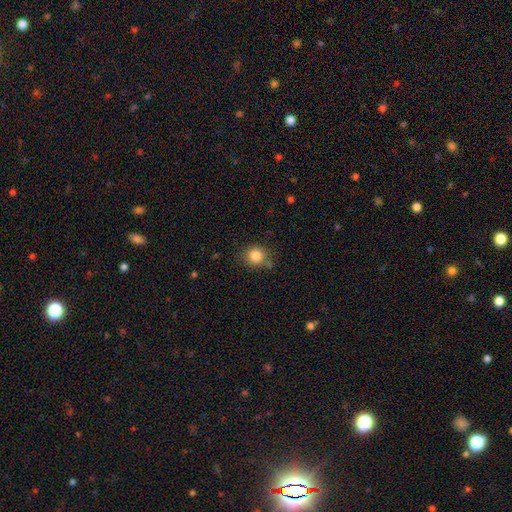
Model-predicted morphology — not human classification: Smooth or featured? smooth (84%)
How rounded? round (85%)
Merging? none (75%)